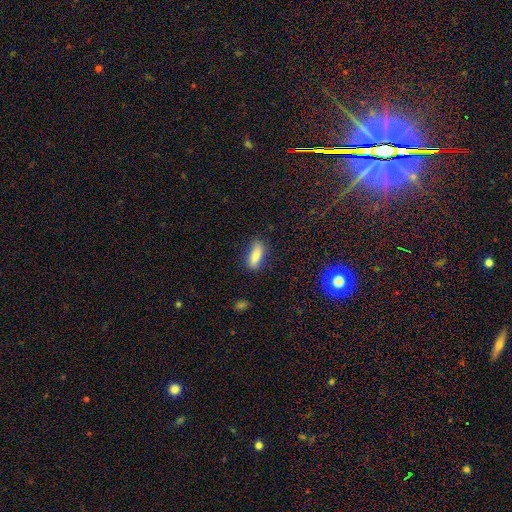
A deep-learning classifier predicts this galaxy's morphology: Smooth or featured? smooth (84%)
How rounded? in between (68%)
Merging? none (80%)